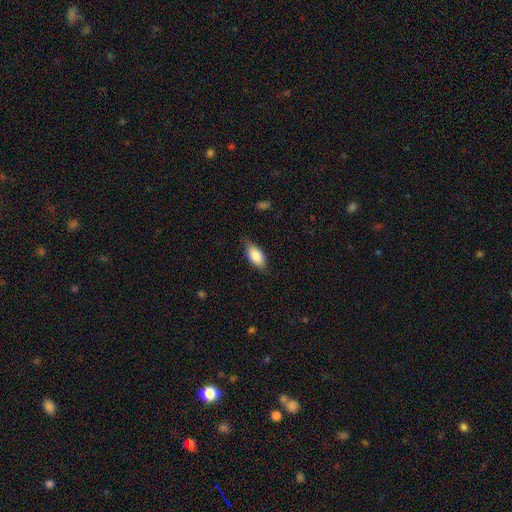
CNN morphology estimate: Q: Smooth or featured?
A: smooth (81%); runner-up: featured or disk (12%)
Q: How rounded?
A: in between (89%); runner-up: cigar-shaped (7%)
Q: Merging?
A: none (72%); runner-up: minor disturbance (22%)